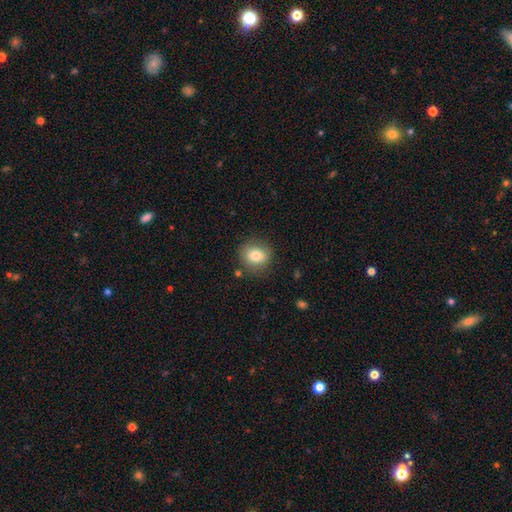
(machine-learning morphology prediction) A smooth galaxy with no disk features (78%) that is round (75%). Merging: none (83%).